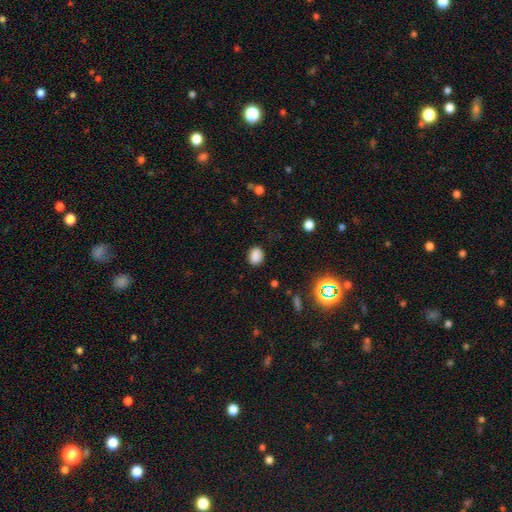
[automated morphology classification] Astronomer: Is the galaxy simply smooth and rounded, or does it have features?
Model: smooth — 84%.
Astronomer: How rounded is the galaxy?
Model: round — 51% (runner-up: in between, 48%).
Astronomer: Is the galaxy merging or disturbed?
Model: none — 84%.